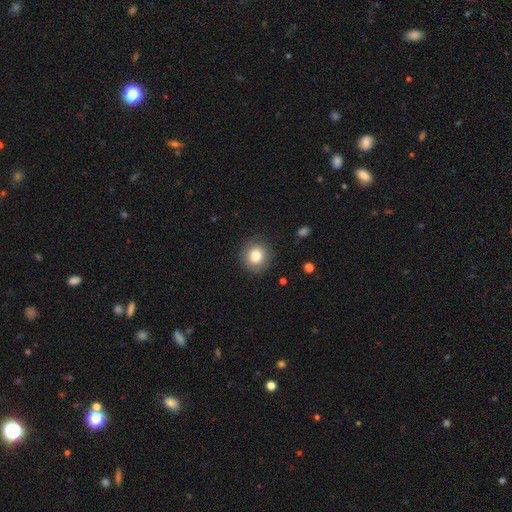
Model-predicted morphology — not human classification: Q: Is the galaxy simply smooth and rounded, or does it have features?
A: smooth — 83%.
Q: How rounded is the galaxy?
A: round — 88%.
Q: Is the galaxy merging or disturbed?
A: none — 88%.